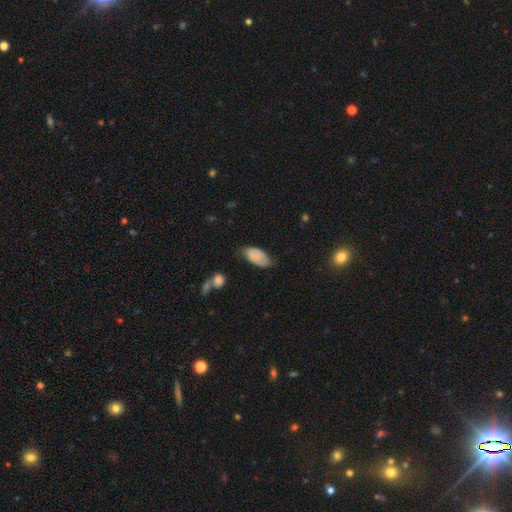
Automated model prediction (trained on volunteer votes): smooth 75%, featured or disk 18%, star or artifact 7%. Down the decision tree: how rounded — in between (94%); merging — none (57%).